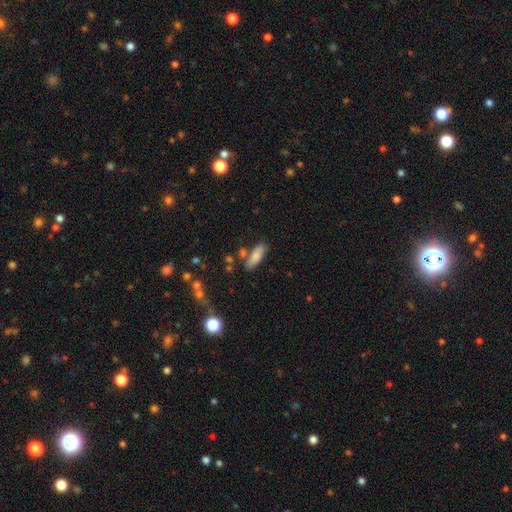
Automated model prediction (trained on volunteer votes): Morphology: type=smooth (82%); roundness=in between (61%); merging=none (73%).